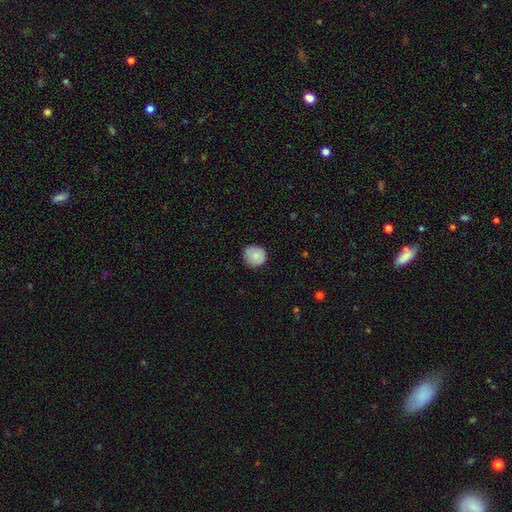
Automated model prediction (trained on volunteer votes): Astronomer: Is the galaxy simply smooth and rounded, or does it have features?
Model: smooth — 81%.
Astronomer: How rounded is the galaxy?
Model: round — 87%.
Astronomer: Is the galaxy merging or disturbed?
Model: none — 80%.